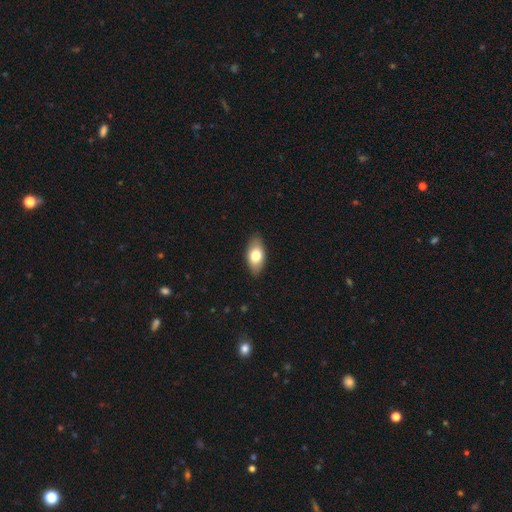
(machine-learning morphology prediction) smooth_or_featured: smooth (p=0.75) [alt: featured or disk p=0.18]
how_rounded: in between (p=0.92) [alt: cigar-shaped p=0.04]
merging: none (p=0.87) [alt: minor disturbance p=0.10]